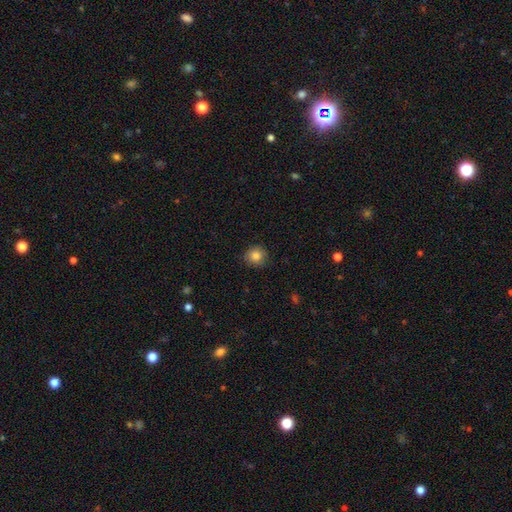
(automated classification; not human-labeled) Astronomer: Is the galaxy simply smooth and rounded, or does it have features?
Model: smooth — 84%.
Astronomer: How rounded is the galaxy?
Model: round — 90%.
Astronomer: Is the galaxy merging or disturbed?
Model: none — 87%.